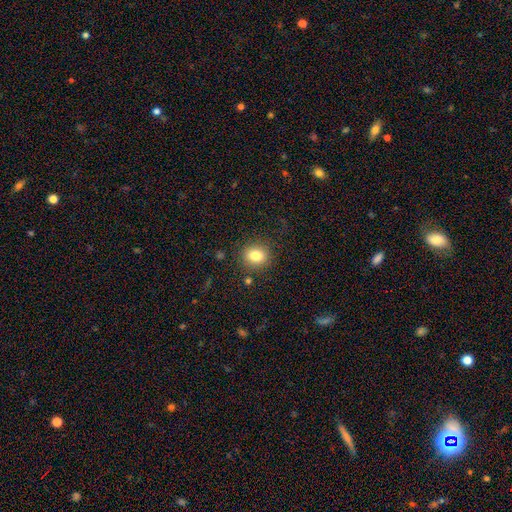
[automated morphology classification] Smooth or featured: smooth — 82% (star or artifact — 11%)
How rounded: round — 66% (in between — 33%)
Merging: none — 86% (minor disturbance — 9%)